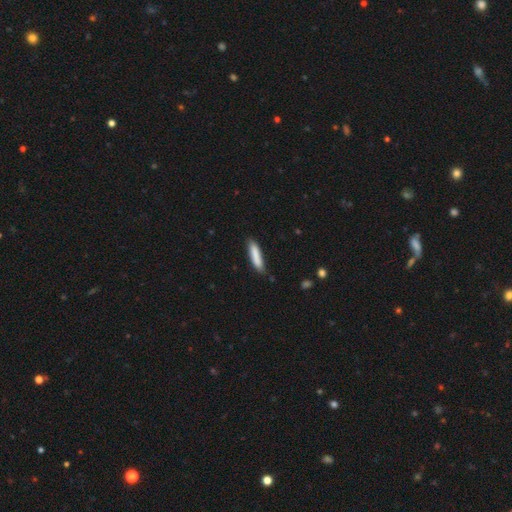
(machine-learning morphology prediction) This appears to be a smooth galaxy with no disk features (84%) that is cigar-shaped (81%). Merging: none (75%).